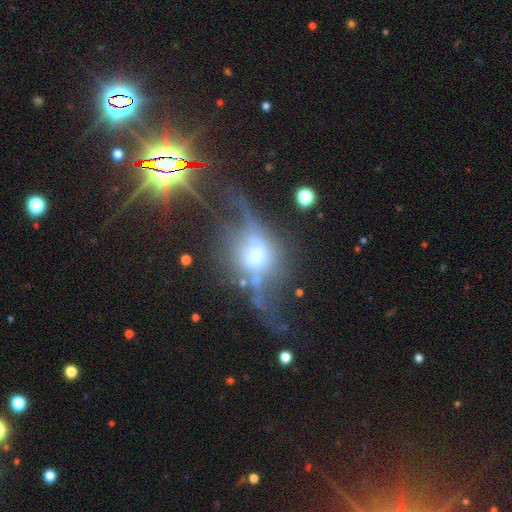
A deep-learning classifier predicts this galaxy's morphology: A featured or disk galaxy (63%).

Vote fractions:
- Smooth or featured? featured or disk: 63% / smooth: 24% / star or artifact: 13%
- Edge-on disk? no: 56% / yes: 44%
- Merging? major disturbance: 38% / none: 34% / minor disturbance: 19% / merger: 9%